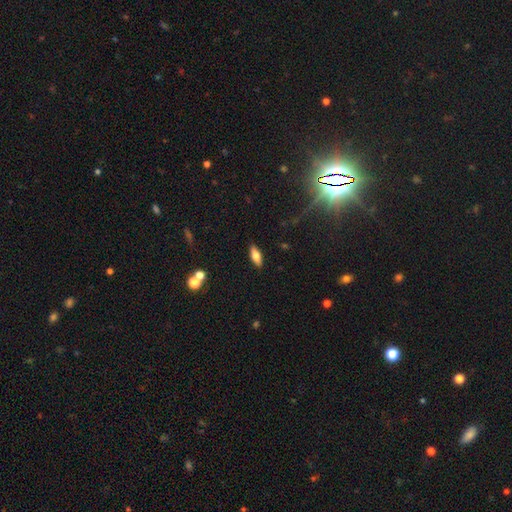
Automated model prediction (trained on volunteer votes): A smooth galaxy with no disk features (67%) that is in between round and cigar-shaped (72%).

Vote fractions:
- Smooth or featured? smooth: 67% / featured or disk: 25% / star or artifact: 8%
- How rounded? in between: 72% / cigar-shaped: 25% / round: 3%
- Merging? none: 88% / minor disturbance: 8% / major disturbance: 2% / merger: 2%